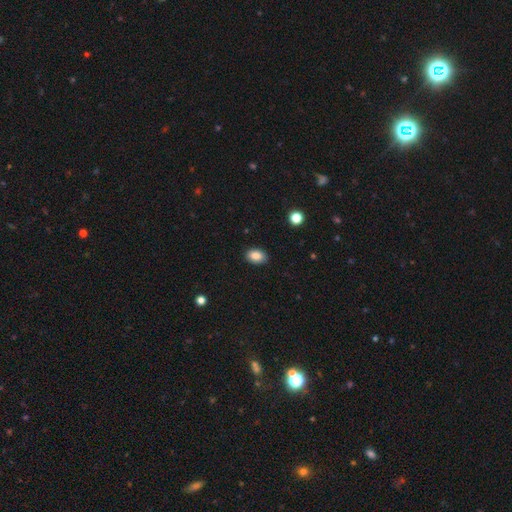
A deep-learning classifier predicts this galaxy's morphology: Q: Smooth or featured?
A: smooth (85%); runner-up: star or artifact (8%)
Q: How rounded?
A: in between (84%); runner-up: round (14%)
Q: Merging?
A: none (88%); runner-up: minor disturbance (9%)